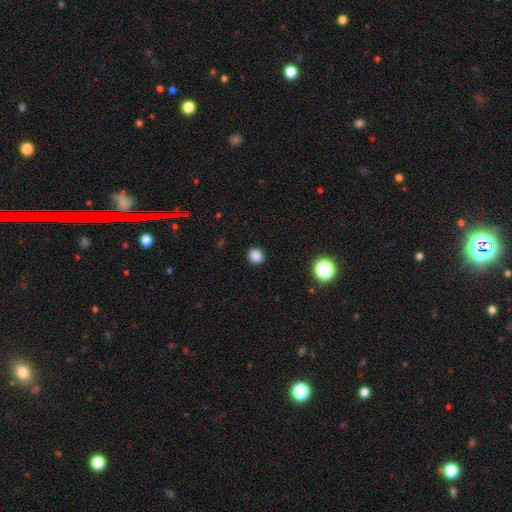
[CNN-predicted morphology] Smooth or featured? smooth (85%)
How rounded? round (75%)
Merging? none (91%)